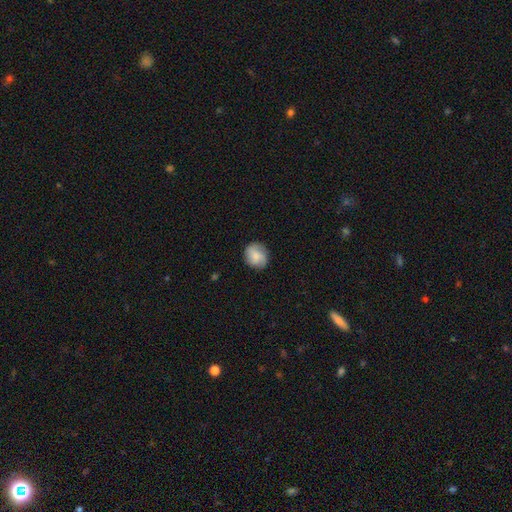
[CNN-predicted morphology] A smooth galaxy with no disk features (69%) that is round (74%). Merging: none (79%).